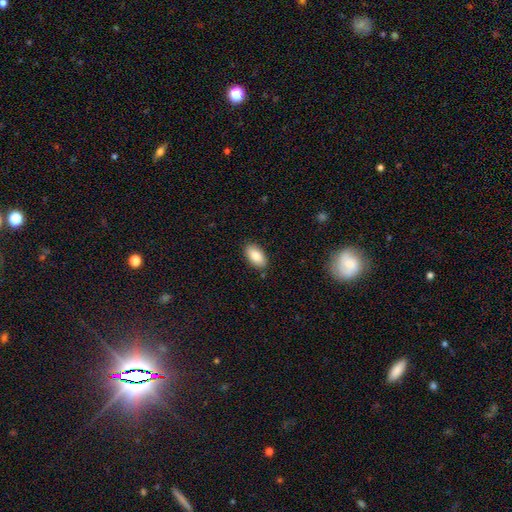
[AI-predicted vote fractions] smooth_or_featured: smooth (p=0.85) [alt: featured or disk p=0.08]
how_rounded: in between (p=0.94) [alt: round p=0.03]
merging: none (p=0.86) [alt: minor disturbance p=0.10]